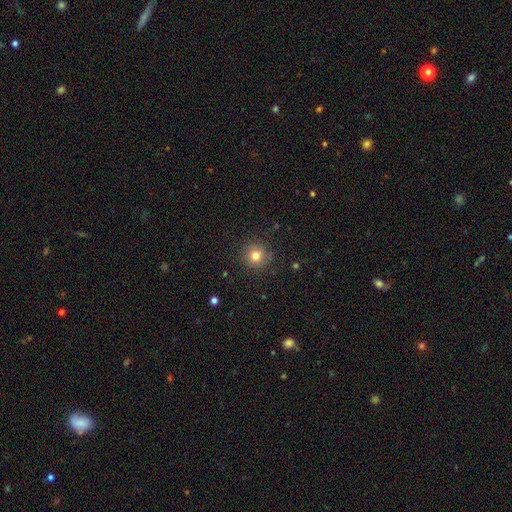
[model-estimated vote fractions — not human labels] A smooth galaxy with no disk features (80%) that is round (93%).

Vote fractions:
- Smooth or featured? smooth: 80% / star or artifact: 12% / featured or disk: 8%
- How rounded? round: 93% / in between: 6% / cigar-shaped: 1%
- Merging? none: 87% / minor disturbance: 9% / major disturbance: 3% / merger: 1%